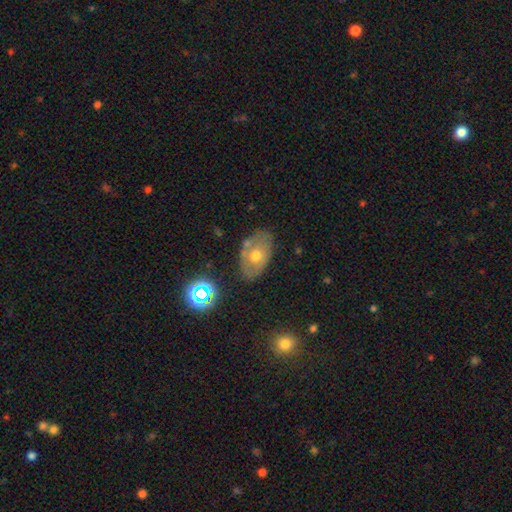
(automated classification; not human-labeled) Smooth or featured?
  - smooth: 50% *
  - featured or disk: 38%
  - star or artifact: 13%
Merging?
  - none: 69% *
  - minor disturbance: 20%
  - merger: 6%
  - major disturbance: 5%